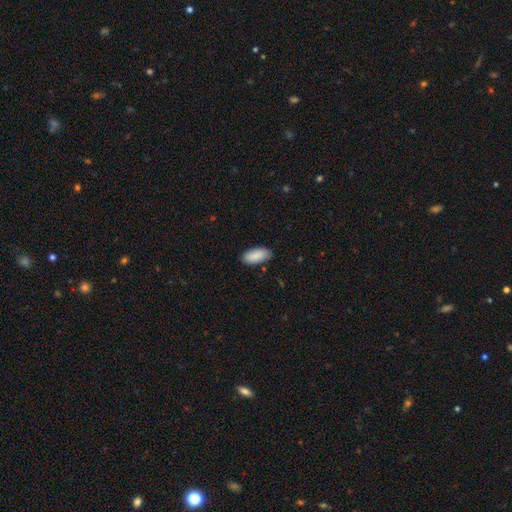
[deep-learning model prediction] Smooth or featured? Predicted: smooth (p=0.89). How rounded? Predicted: in between (p=0.91). Merging? Predicted: none (p=0.85).